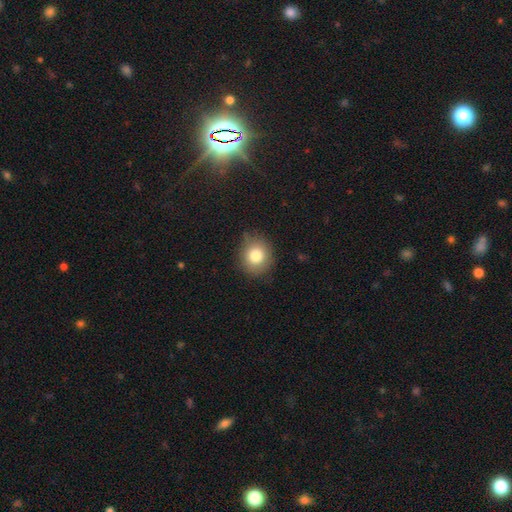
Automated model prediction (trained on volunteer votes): This appears to be a smooth galaxy with no disk features (80%) that is round (78%). Merging: none (80%).